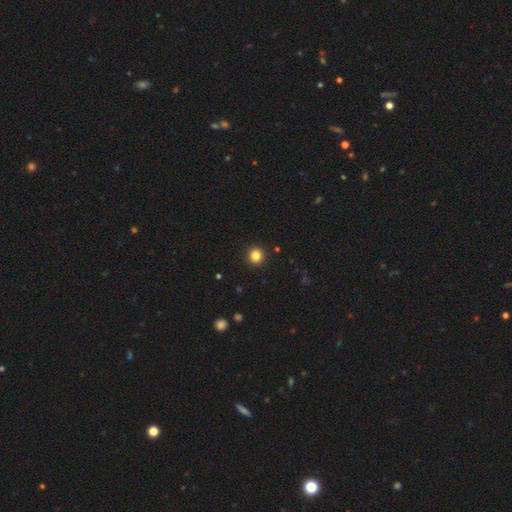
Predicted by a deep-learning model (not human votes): smooth-or-featured: smooth: 84% | star or artifact: 11% | featured or disk: 4%
  how-rounded: round: 93% | in between: 6% | cigar-shaped: 1%
  merging: none: 93% | minor disturbance: 5% | major disturbance: 2% | merger: 1%